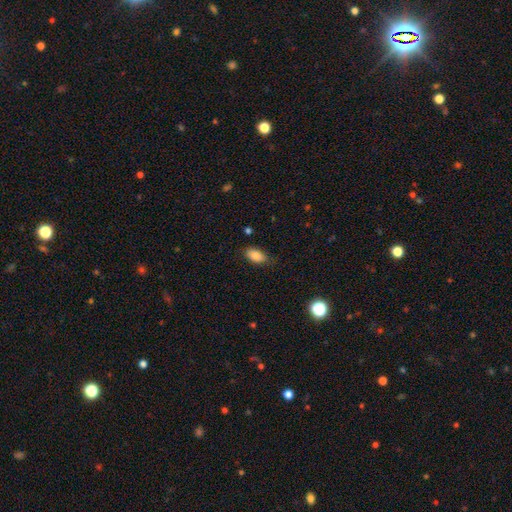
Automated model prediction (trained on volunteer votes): Smooth or featured? Predicted: smooth (p=0.87). How rounded? Predicted: in between (p=0.91). Merging? Predicted: none (p=0.76).